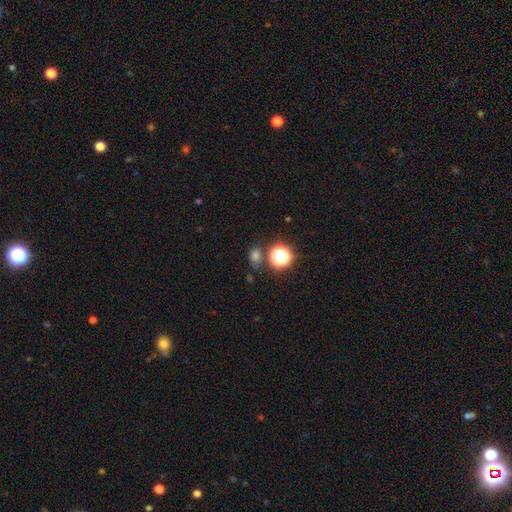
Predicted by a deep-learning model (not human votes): smooth-or-featured: smooth: 53% | star or artifact: 40% | featured or disk: 7%
  how-rounded: round: 70% | in between: 28% | cigar-shaped: 2%
  merging: none: 76% | minor disturbance: 10% | merger: 9% | major disturbance: 4%